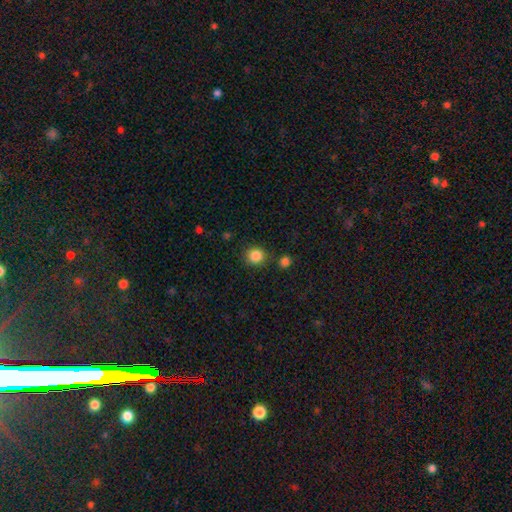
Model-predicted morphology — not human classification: This is clearly a smooth galaxy (86%). How rounded: clearly round (90%). Merging: clearly none (83%).